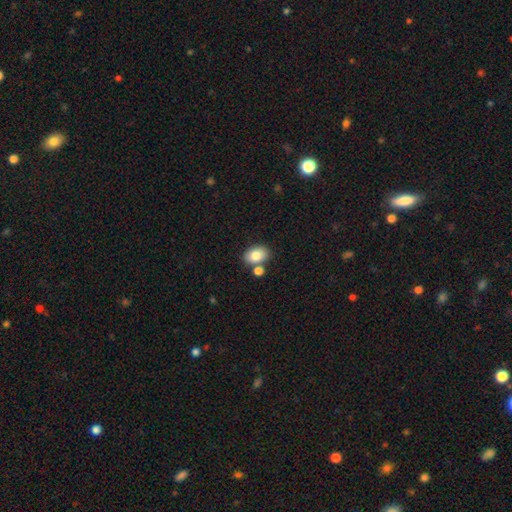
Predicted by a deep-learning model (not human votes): This appears to be a smooth galaxy with no disk features (83%) that is in between round and cigar-shaped (79%). Merging: none (67%).